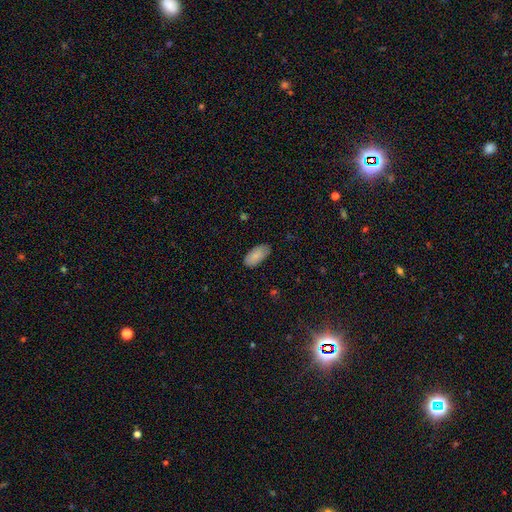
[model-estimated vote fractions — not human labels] Smooth or featured: smooth — 85% (featured or disk — 9%)
How rounded: in between — 94% (cigar-shaped — 4%)
Merging: none — 79% (minor disturbance — 17%)